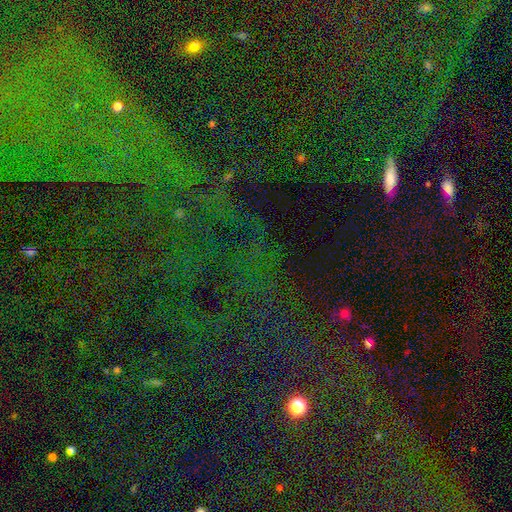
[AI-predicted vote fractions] A star or artifact, not a galaxy (80%).

Vote fractions:
- Smooth or featured? star or artifact: 80% / smooth: 11% / featured or disk: 9%